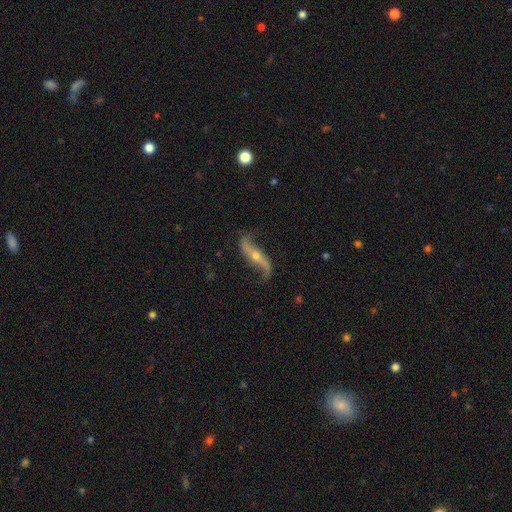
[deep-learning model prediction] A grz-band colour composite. It shows a featured or disk galaxy (87%) with no bar (39%), 2 (93%) loose (91%) spiral arms (95%) and a small central bulge (49%). Merging: none (76%).